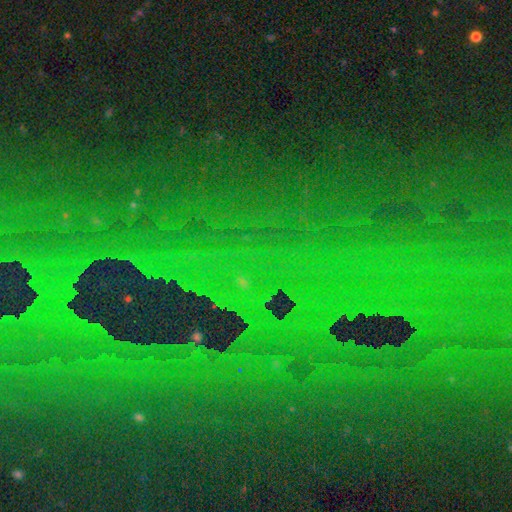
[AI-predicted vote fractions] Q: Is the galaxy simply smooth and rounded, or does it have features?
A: star or artifact — 85%.